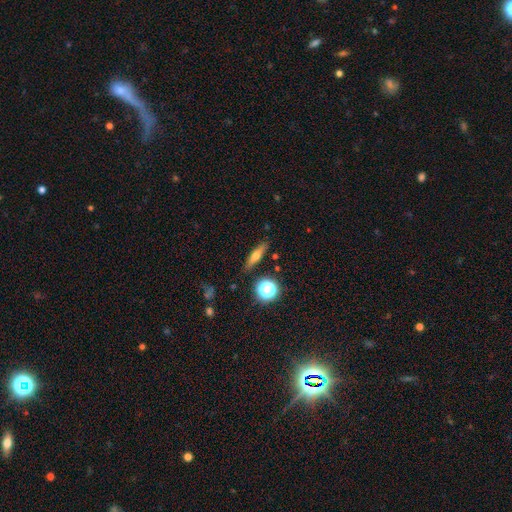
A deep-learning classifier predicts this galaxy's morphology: Overall: smooth (55%; featured or disk 33%). How rounded: cigar-shaped (66%). Merging: none (86%).